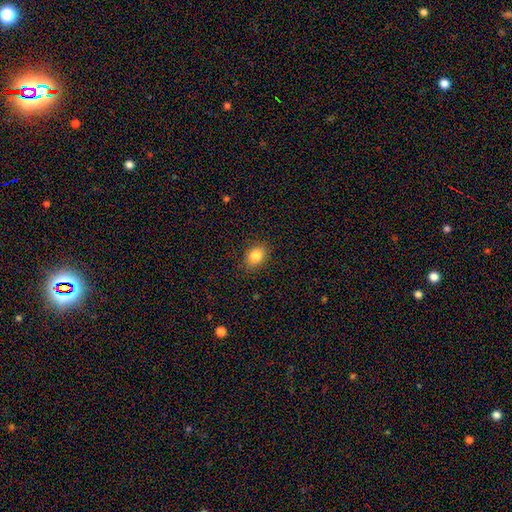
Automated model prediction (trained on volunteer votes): Smooth or featured? smooth (84%)
How rounded? in between (61%)
Merging? none (86%)